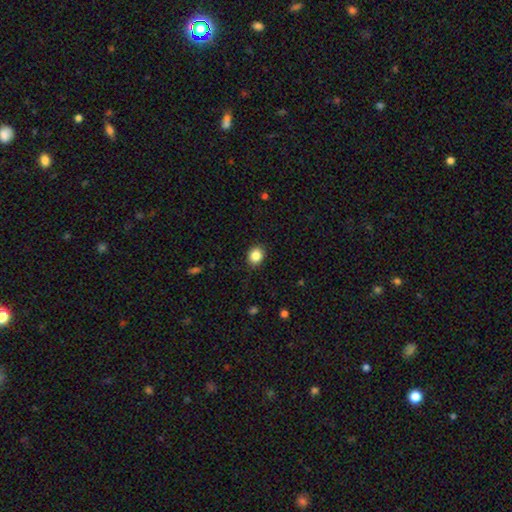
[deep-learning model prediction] smooth 86%, star or artifact 10%, featured or disk 4%. Down the decision tree: how rounded — round (69%); merging — none (88%).